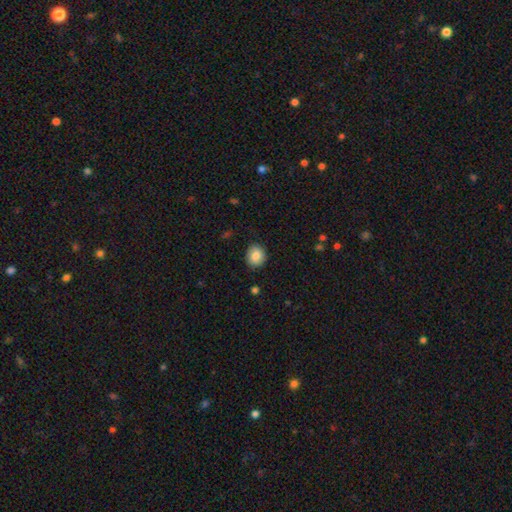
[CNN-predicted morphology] type=smooth (83%); roundness=round (72%); merging=none (87%).